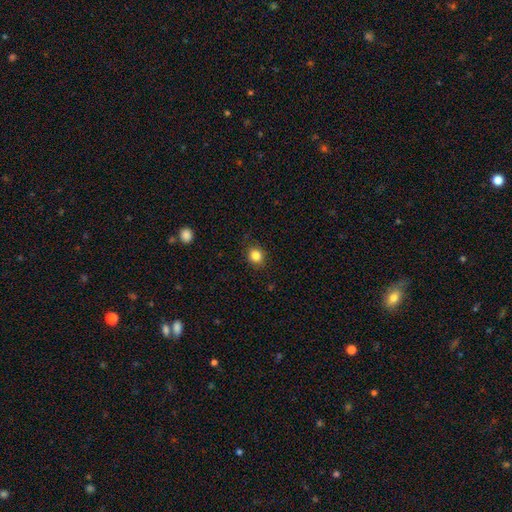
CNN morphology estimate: This appears to be a smooth galaxy with no disk features (84%) that is round (77%). Merging: none (87%).